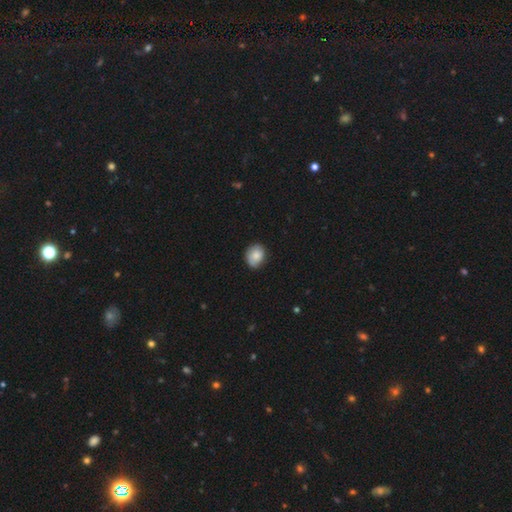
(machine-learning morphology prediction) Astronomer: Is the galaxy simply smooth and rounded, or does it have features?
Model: smooth — 81%.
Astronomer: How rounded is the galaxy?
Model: round — 53% (runner-up: in between, 46%).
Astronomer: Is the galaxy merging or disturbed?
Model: none — 77%.